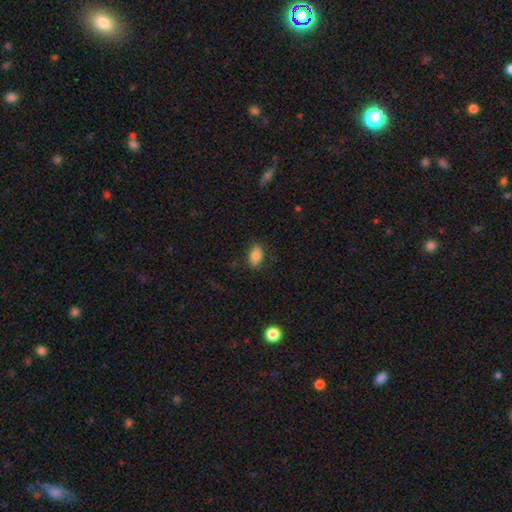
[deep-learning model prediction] smooth 81%, featured or disk 10%, star or artifact 9%. Down the decision tree: how rounded — in between (89%); merging — none (81%).